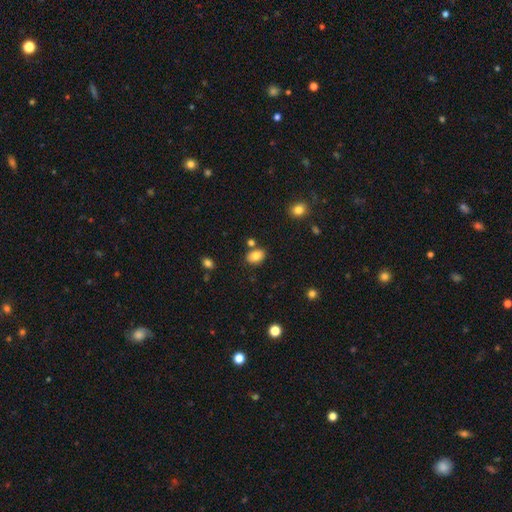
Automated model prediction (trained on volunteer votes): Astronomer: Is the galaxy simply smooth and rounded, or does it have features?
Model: smooth — 82%.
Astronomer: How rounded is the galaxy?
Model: in between — 76%.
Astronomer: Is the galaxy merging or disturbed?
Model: none — 78%.